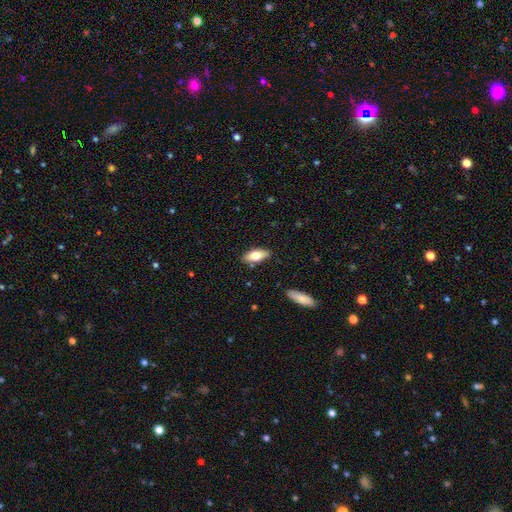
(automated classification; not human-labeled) A smooth galaxy with no disk features (68%) that is in between round and cigar-shaped (78%). Merging: none (84%).